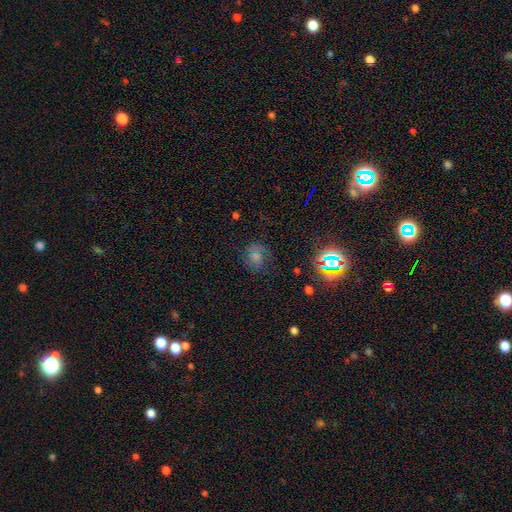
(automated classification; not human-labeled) This appears to be a smooth galaxy with no disk features (59%) that is round (66%). Merging: none (66%).